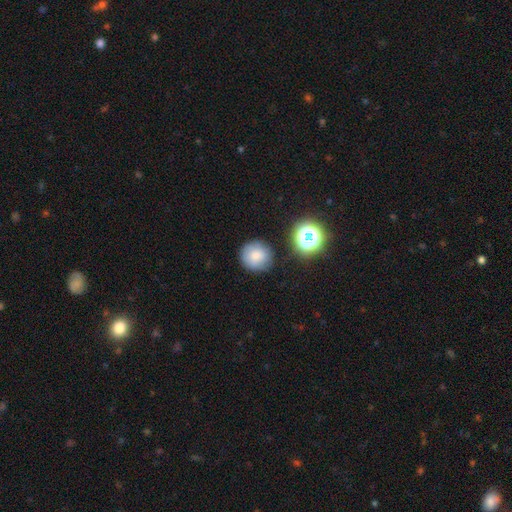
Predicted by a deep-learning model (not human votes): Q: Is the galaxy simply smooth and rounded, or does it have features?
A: smooth — 77%.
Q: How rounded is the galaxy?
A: round — 92%.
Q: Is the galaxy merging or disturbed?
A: none — 81%.